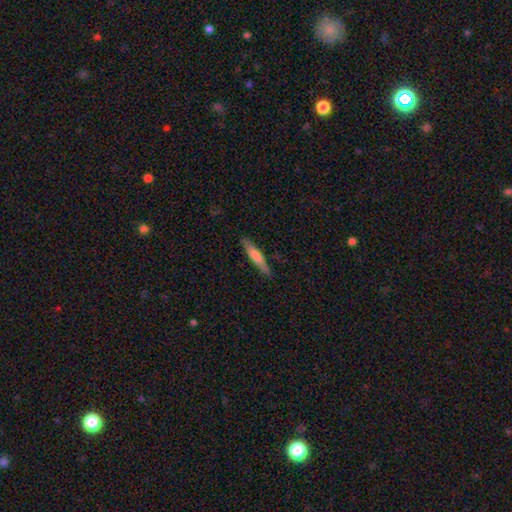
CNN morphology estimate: Smooth or featured? smooth (63%)
How rounded? cigar-shaped (90%)
Merging? none (86%)